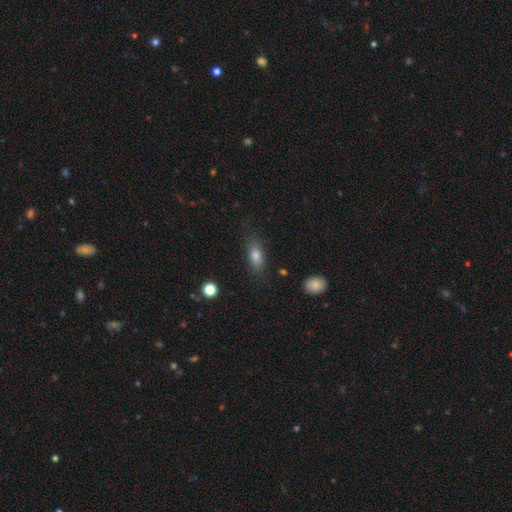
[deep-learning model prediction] smooth-or-featured: smooth: 77% | featured or disk: 14% | star or artifact: 9%
  how-rounded: in between: 78% | cigar-shaped: 16% | round: 6%
  merging: none: 79% | minor disturbance: 15% | major disturbance: 4% | merger: 2%